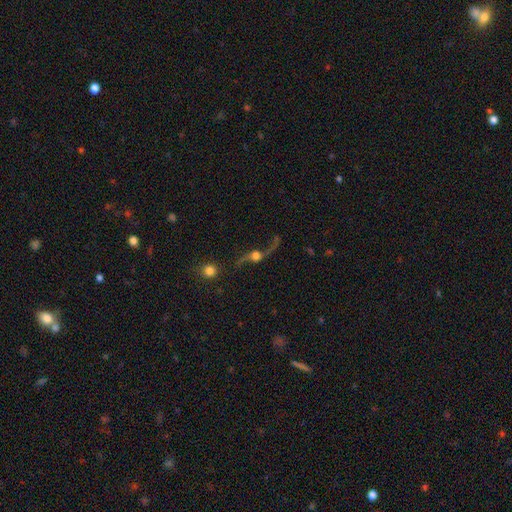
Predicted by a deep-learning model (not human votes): This appears to be a featured or disk galaxy (82%) with no bar (69%), 2 (92%) loose (94%) spiral arms (94%) and a moderate central bulge (41%). Merging: none (63%).